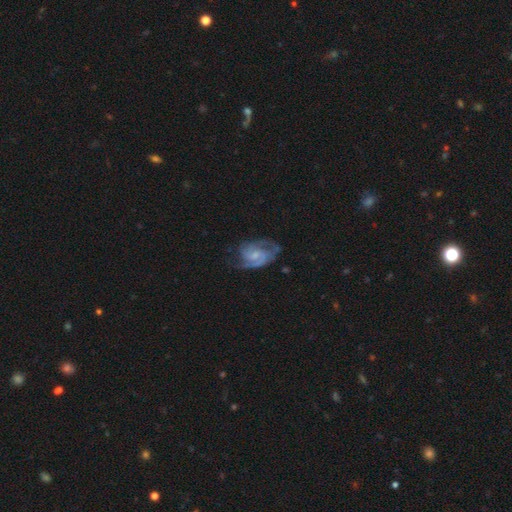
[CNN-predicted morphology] A featured or disk galaxy (84%) with no bar (47%), 2 (73%) medium (50%) spiral arms (96%) and a small central bulge (46%).

Vote fractions:
- Smooth or featured? featured or disk: 84% / smooth: 10% / star or artifact: 5%
- Edge-on disk? no: 97% / yes: 3%
- Bar? no: 47% / weak: 45% / strong: 8%
- Spiral arms? yes: 96% / no: 4%
- Spiral winding? medium: 50% / tight: 36% / loose: 14%
- Spiral arm count? 2: 73% / 3: 10% / can't tell: 10% / 1: 3% / 4: 2% / more than 4: 2%
- Bulge size? small: 46% / moderate: 31% / none: 18% / large: 3% / dominant: 1%
- Merging? none: 63% / minor disturbance: 22% / major disturbance: 13% / merger: 2%